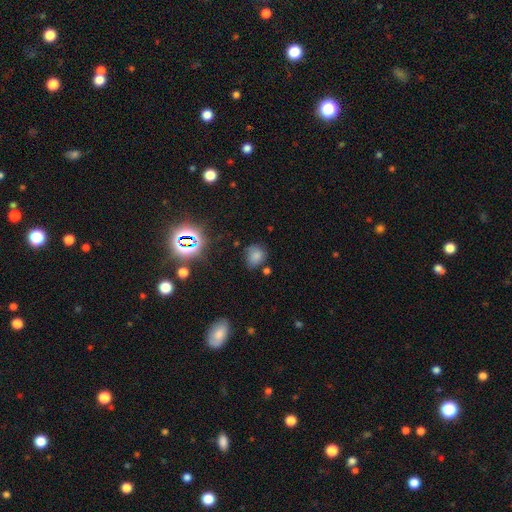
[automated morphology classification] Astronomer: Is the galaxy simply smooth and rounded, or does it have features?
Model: smooth — 71%.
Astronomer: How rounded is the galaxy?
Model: round — 64%.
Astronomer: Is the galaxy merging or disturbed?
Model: none — 64%.